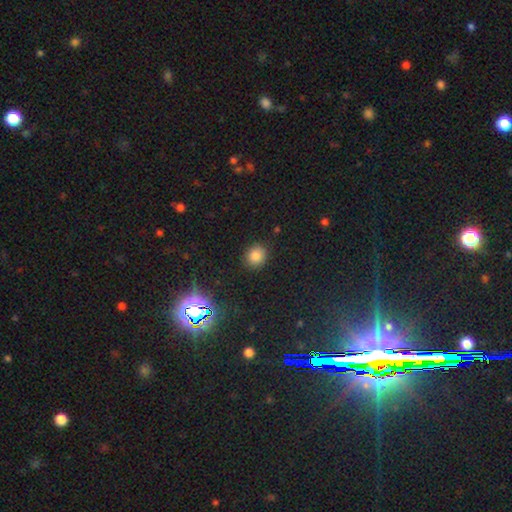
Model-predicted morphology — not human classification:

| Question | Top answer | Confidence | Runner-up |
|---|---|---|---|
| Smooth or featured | smooth | 80% | star or artifact (15%) |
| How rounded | round | 78% | in between (21%) |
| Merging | none | 88% | minor disturbance (8%) |